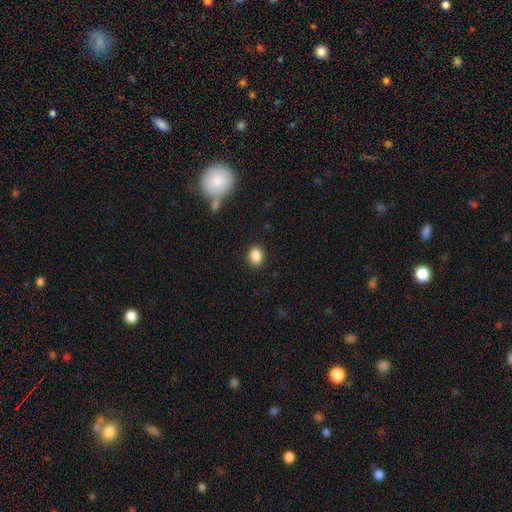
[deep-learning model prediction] Q: Smooth or featured?
A: smooth (87%); runner-up: star or artifact (9%)
Q: How rounded?
A: in between (54%); runner-up: round (45%)
Q: Merging?
A: none (89%); runner-up: minor disturbance (7%)